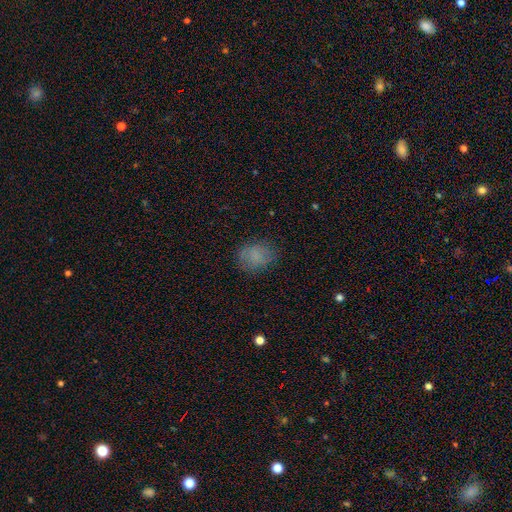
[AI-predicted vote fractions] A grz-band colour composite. It shows a smooth galaxy with no disk features (77%) that is in between round and cigar-shaped (50%). Merging: none (75%).